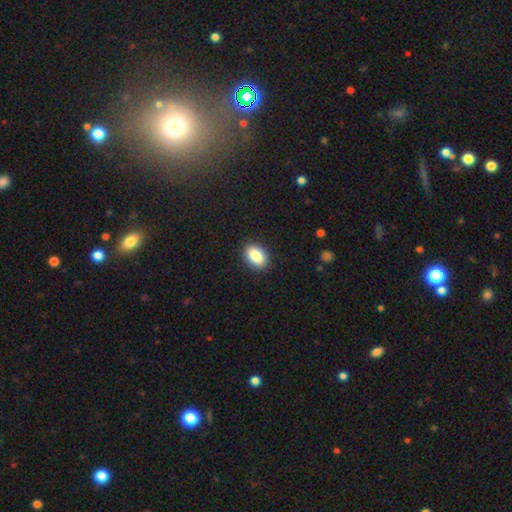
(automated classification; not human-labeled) A smooth galaxy with no disk features (86%) that is in between round and cigar-shaped (83%). Merging: none (90%).